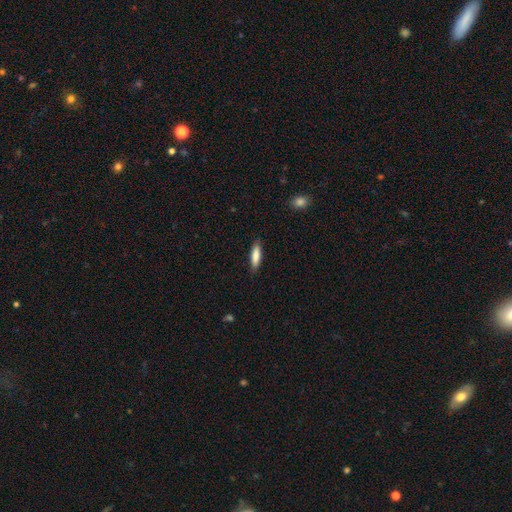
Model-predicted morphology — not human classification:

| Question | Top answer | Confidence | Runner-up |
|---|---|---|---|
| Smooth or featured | smooth | 82% | featured or disk (12%) |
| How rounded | cigar-shaped | 66% | in between (32%) |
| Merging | none | 85% | minor disturbance (12%) |